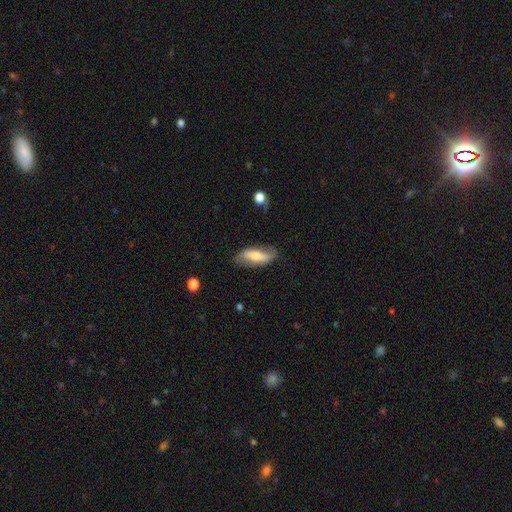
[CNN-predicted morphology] This is possibly a featured or disk galaxy (55%). It is clearly not viewed edge-on (81%). Merging: likely none (74%).